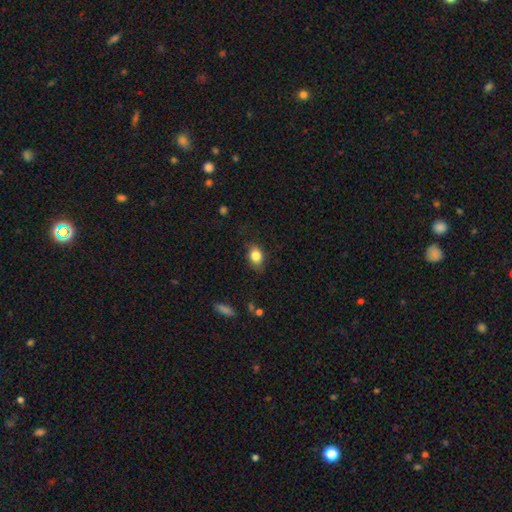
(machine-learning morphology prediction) The model was most divided on "how rounded": in between: 69%, round: 29%, cigar-shaped: 2%. More confident: smooth or featured — smooth (83%); merging — none (78%).